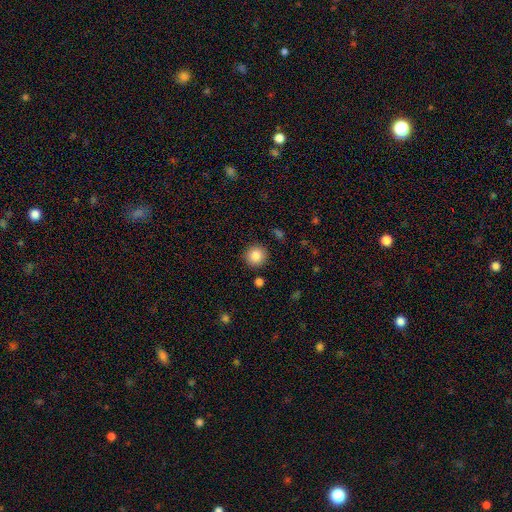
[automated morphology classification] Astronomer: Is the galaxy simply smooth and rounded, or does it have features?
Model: smooth — 86%.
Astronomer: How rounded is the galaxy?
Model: round — 94%.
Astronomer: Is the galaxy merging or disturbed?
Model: none — 90%.